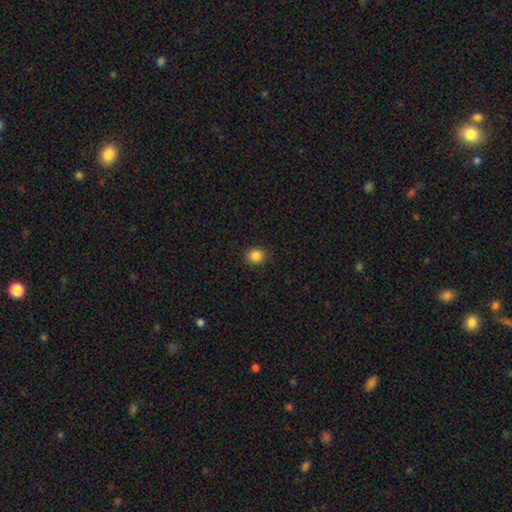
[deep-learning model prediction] Overall: smooth (86%). How rounded: round (83%). Merging: none (91%).